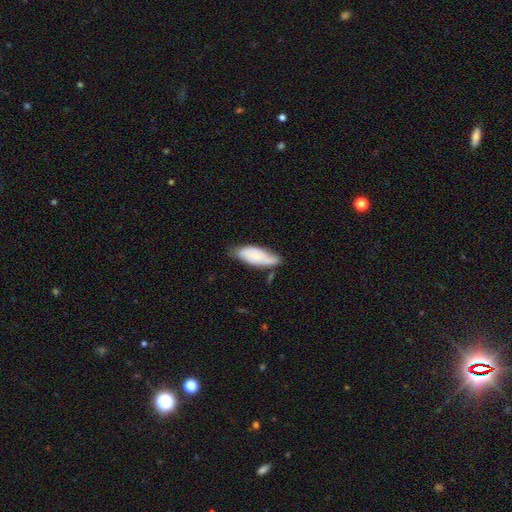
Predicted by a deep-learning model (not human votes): Smooth or featured? Predicted: smooth (p=0.67). How rounded? Predicted: in between (p=0.71). Merging? Predicted: none (p=0.54).